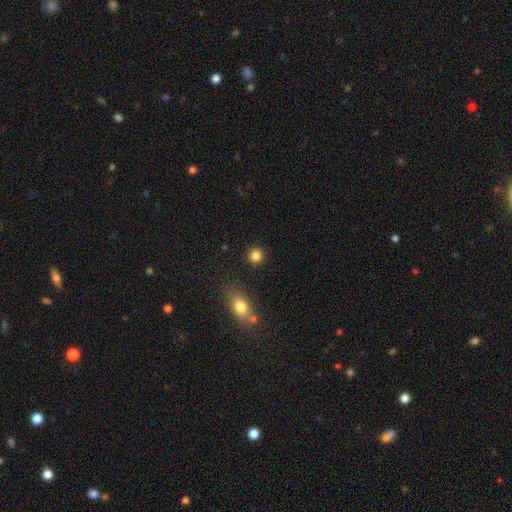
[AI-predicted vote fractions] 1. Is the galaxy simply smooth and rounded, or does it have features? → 85% smooth, 11% star or artifact, 4% featured or disk.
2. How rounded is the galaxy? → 92% round, 7% in between, 1% cigar-shaped.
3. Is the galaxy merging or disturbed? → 89% none, 6% minor disturbance, 3% merger, 2% major disturbance.